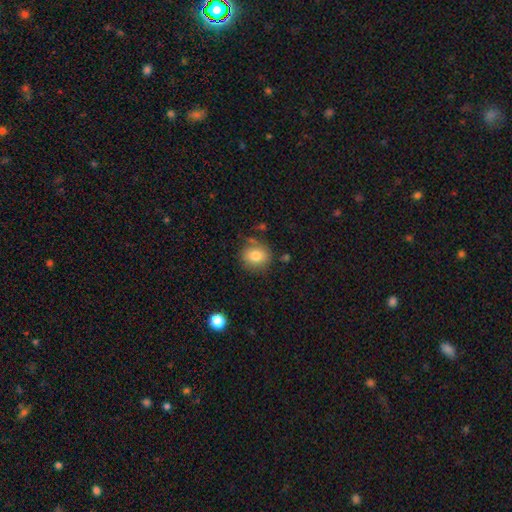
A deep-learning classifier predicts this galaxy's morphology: Smooth or featured: smooth — 81% (featured or disk — 10%)
How rounded: round — 81% (in between — 18%)
Merging: none — 76% (minor disturbance — 15%)